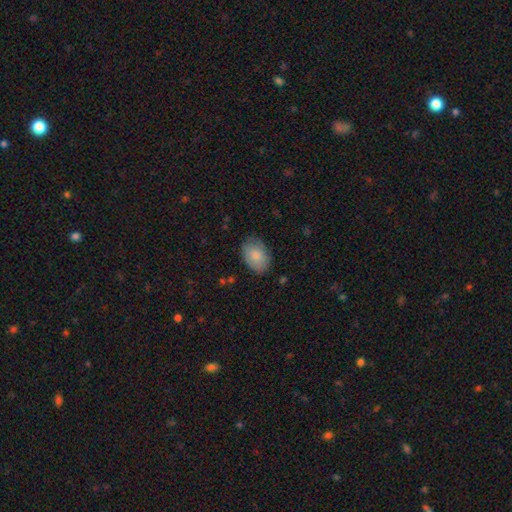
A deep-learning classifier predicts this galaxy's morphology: smooth-or-featured: smooth: 85% | featured or disk: 8% | star or artifact: 6%
  how-rounded: in between: 87% | round: 12% | cigar-shaped: 1%
  merging: none: 78% | minor disturbance: 17% | major disturbance: 4% | merger: 1%